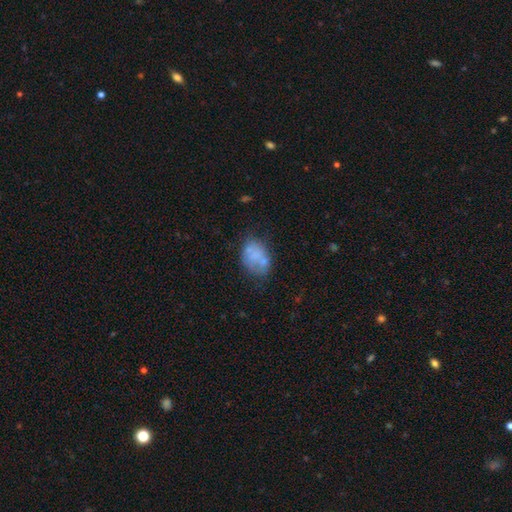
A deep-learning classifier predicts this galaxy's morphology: This appears to be a smooth galaxy with no disk features (61%) that is in between round and cigar-shaped (71%). Merging: none (44%).